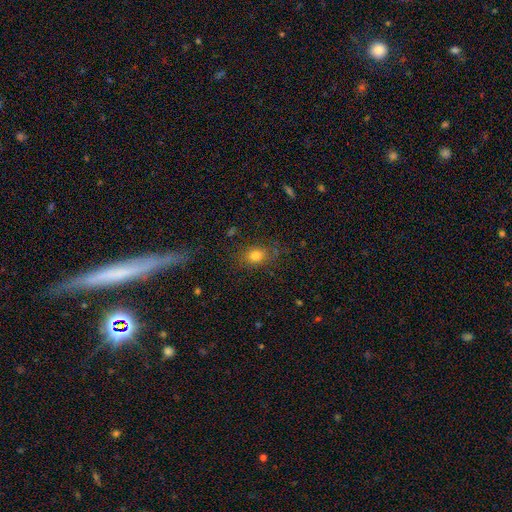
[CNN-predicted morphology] This appears to be a smooth galaxy with no disk features (78%) that is in between round and cigar-shaped (59%). Merging: none (79%).